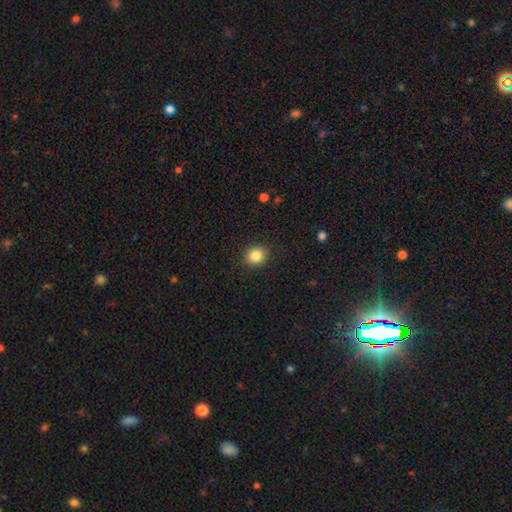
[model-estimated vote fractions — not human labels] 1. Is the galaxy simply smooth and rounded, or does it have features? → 85% smooth, 10% star or artifact, 5% featured or disk.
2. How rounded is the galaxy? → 78% round, 21% in between, 1% cigar-shaped.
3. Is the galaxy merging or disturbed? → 90% none, 7% minor disturbance, 2% major disturbance, 1% merger.